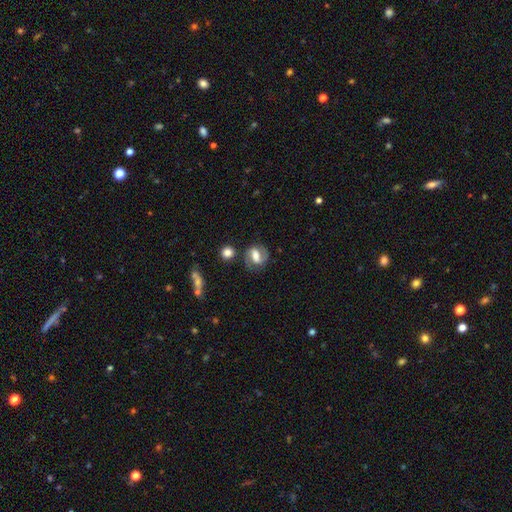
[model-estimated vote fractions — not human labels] Smooth or featured? featured or disk (68%)
Edge-on disk? no (97%)
Bar? weak (41%)
Spiral arms? yes (88%)
Spiral winding? medium (50%)
Spiral arm count? 2 (88%)
Bulge size? moderate (46%)
Merging? none (73%)